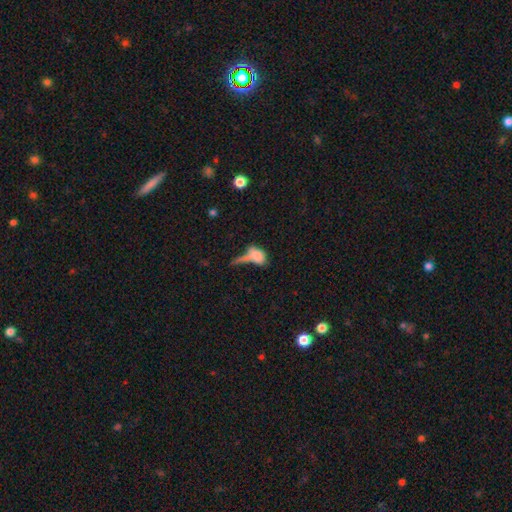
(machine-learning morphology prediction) Smooth or featured: smooth — 67% (featured or disk — 21%)
How rounded: in between — 76% (round — 13%)
Merging: merger — 34% (major disturbance — 26%)